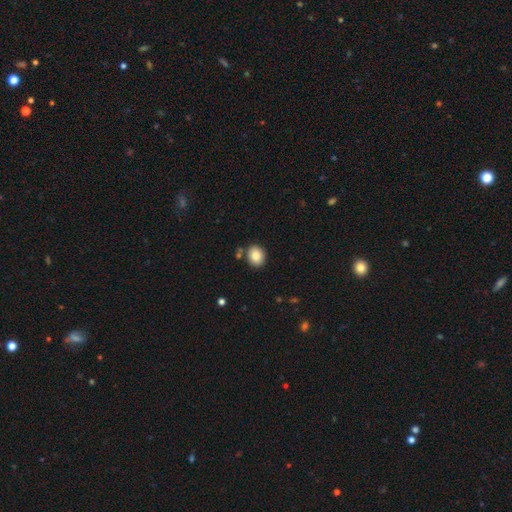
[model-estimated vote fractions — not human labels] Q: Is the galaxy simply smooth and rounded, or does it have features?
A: smooth — 86%.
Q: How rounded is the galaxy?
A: round — 63%.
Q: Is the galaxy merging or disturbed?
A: none — 82%.